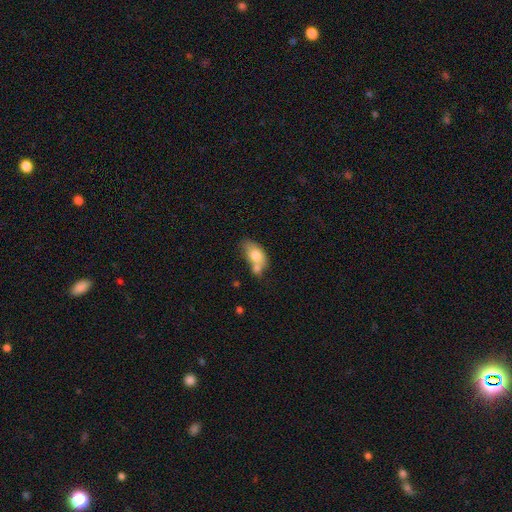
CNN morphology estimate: This appears to be a smooth galaxy with no disk features (73%) that is in between round and cigar-shaped (87%). Merging: merger (48%).